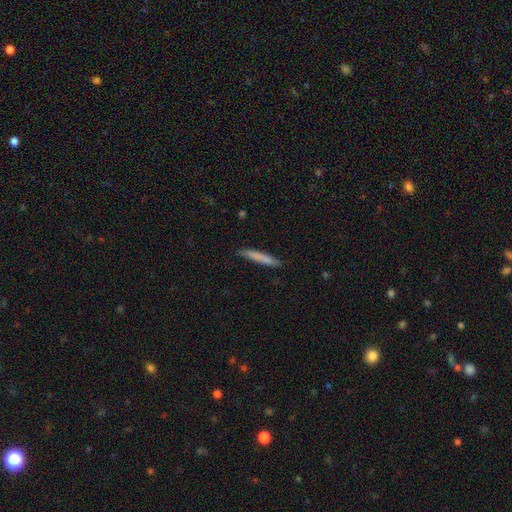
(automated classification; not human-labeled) Smooth or featured?
  - smooth: 76% *
  - featured or disk: 18%
  - star or artifact: 6%
How rounded?
  - cigar-shaped: 95% *
  - in between: 3%
  - round: 1%
Merging?
  - none: 87% *
  - minor disturbance: 10%
  - major disturbance: 2%
  - merger: 1%